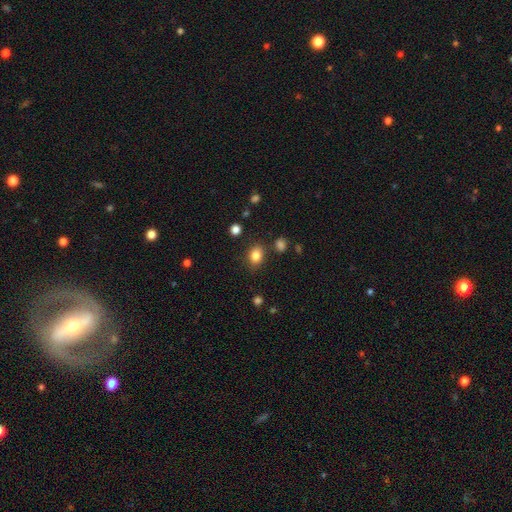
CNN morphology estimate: smooth 83%, star or artifact 11%, featured or disk 6%. Down the decision tree: how rounded — in between (57%); merging — none (80%).